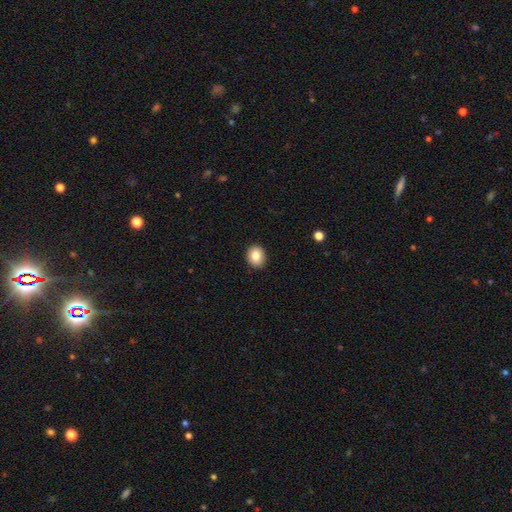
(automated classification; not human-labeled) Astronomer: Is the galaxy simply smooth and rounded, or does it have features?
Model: smooth — 84%.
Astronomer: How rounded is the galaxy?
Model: round — 67%.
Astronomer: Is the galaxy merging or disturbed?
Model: none — 91%.